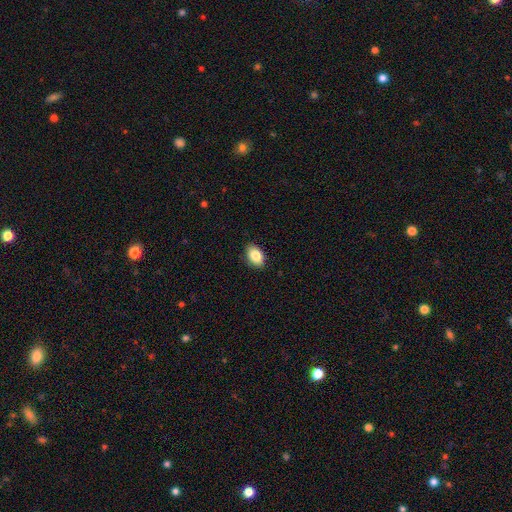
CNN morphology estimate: This appears to be a smooth galaxy with no disk features (87%) that is in between round and cigar-shaped (91%). Merging: none (88%).